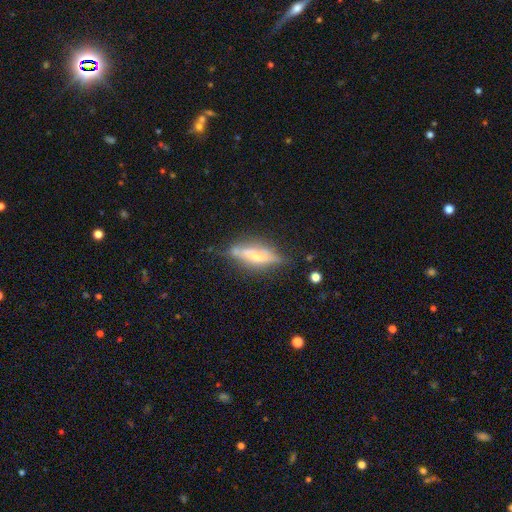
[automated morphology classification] Smooth or featured? featured or disk (54%)
Edge-on disk? yes (80%)
Merging? none (63%)